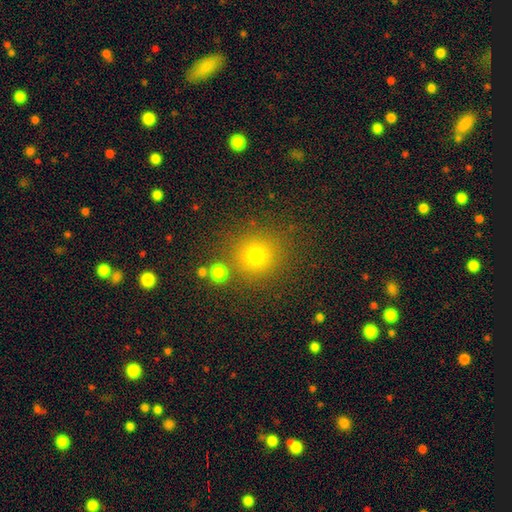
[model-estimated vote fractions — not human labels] Q: Smooth or featured?
A: smooth (72%); runner-up: star or artifact (19%)
Q: How rounded?
A: round (92%); runner-up: in between (7%)
Q: Merging?
A: none (83%); runner-up: minor disturbance (8%)